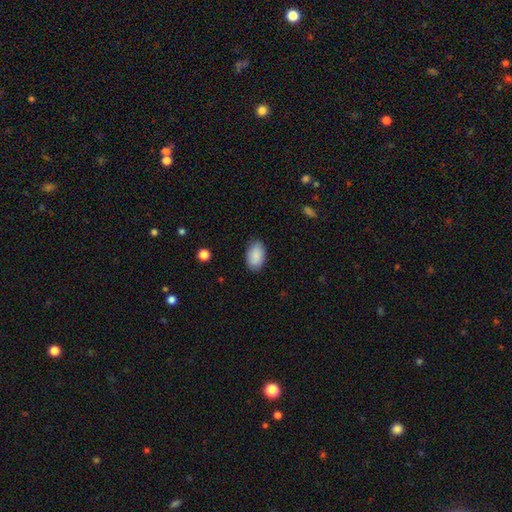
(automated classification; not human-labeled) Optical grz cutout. It shows a smooth galaxy with no disk features (90%) that is in between round and cigar-shaped (93%). Merging: none (85%).